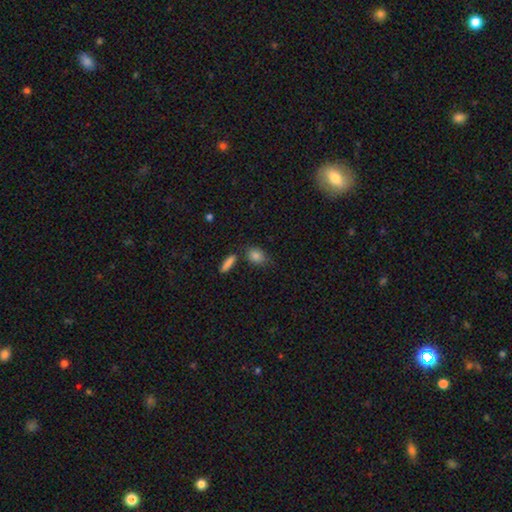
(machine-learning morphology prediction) A smooth galaxy with no disk features (85%) that is in between round and cigar-shaped (73%). Merging: none (69%).